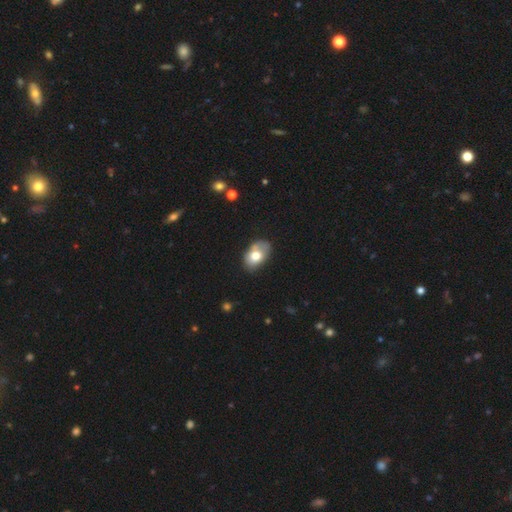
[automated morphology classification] smooth-or-featured: smooth: 69% | featured or disk: 23% | star or artifact: 8%
  how-rounded: in between: 86% | round: 13% | cigar-shaped: 1%
  merging: none: 53% | minor disturbance: 30% | major disturbance: 10% | merger: 7%